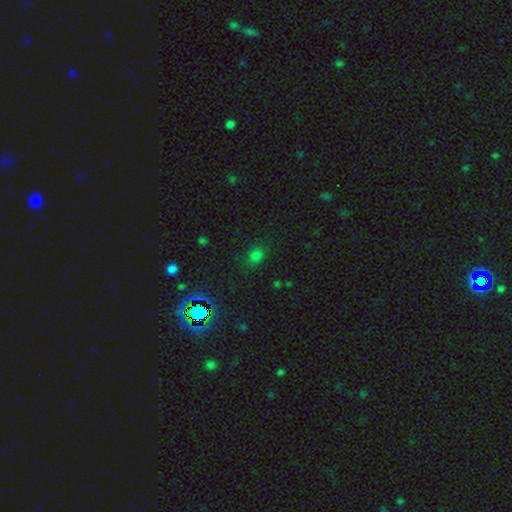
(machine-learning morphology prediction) The model was most divided on "how rounded": round: 59%, in between: 40%, cigar-shaped: 1%. More confident: merging — none (81%); smooth or featured — smooth (71%).